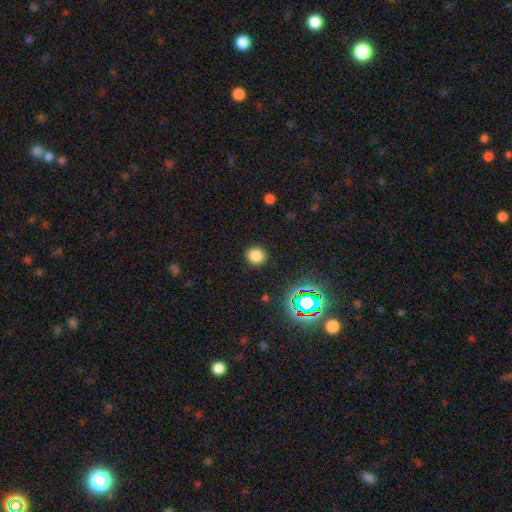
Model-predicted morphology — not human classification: smooth 79%, star or artifact 17%, featured or disk 4%. Down the decision tree: how rounded — round (90%); merging — none (91%).